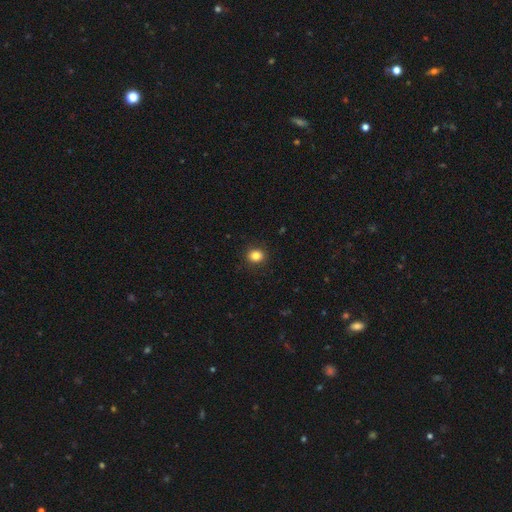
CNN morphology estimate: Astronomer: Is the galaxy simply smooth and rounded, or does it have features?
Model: smooth — 84%.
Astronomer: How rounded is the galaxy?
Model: round — 74%.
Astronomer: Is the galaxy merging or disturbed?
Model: none — 91%.